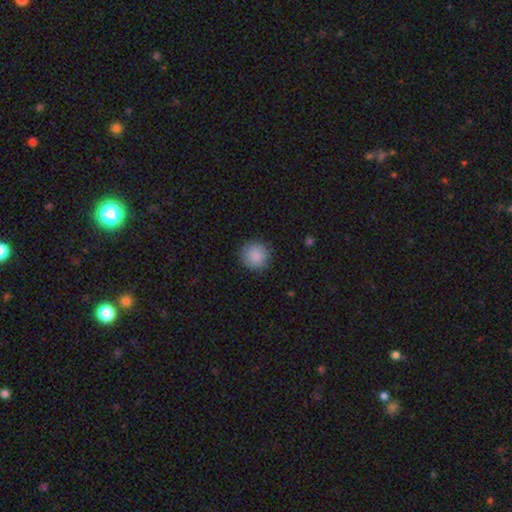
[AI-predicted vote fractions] A smooth galaxy with no disk features (88%) that is round (94%).

Vote fractions:
- Smooth or featured? smooth: 88% / star or artifact: 8% / featured or disk: 4%
- How rounded? round: 94% / in between: 5% / cigar-shaped: 1%
- Merging? none: 89% / minor disturbance: 8% / major disturbance: 2% / merger: 1%